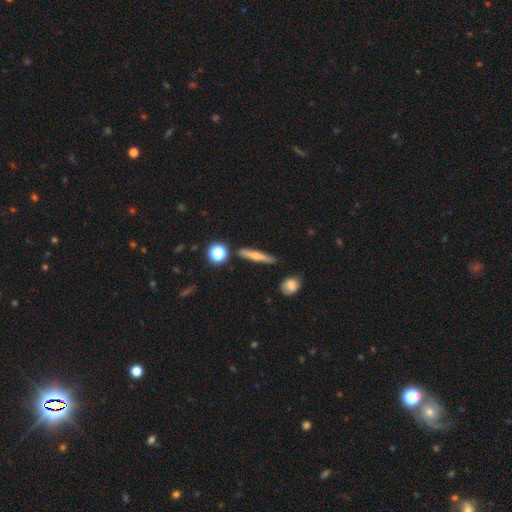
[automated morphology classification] type=featured or disk (46%, tied with smooth); merging=none (86%).